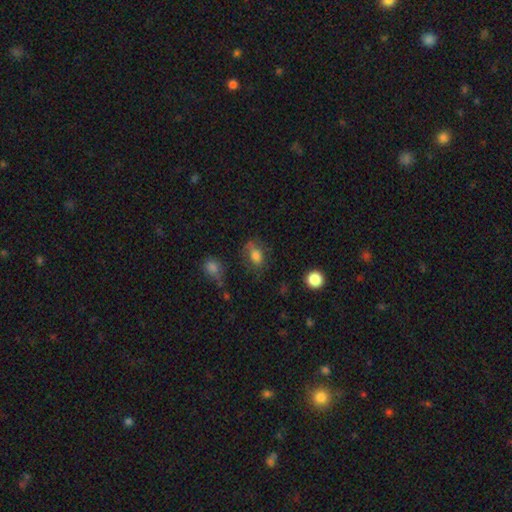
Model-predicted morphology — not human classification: smooth-or-featured: smooth: 73% | featured or disk: 16% | star or artifact: 12%
  how-rounded: in between: 75% | round: 23% | cigar-shaped: 2%
  merging: none: 54% | minor disturbance: 26% | major disturbance: 16% | merger: 4%